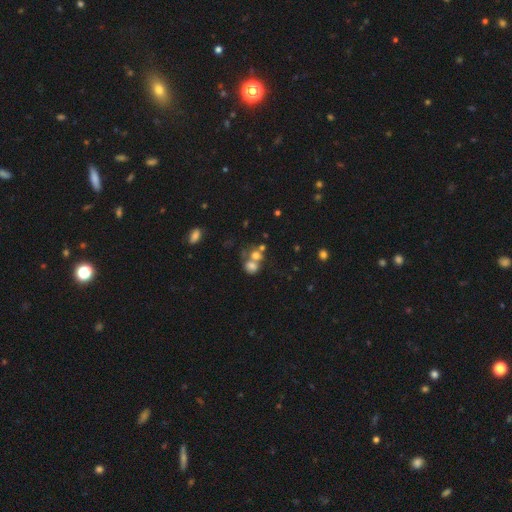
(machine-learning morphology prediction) A smooth galaxy with no disk features (58%) that is round (60%).

Vote fractions:
- Smooth or featured? smooth: 58% / featured or disk: 22% / star or artifact: 20%
- How rounded? round: 60% / in between: 38% / cigar-shaped: 1%
- Merging? merger: 55% / none: 29% / minor disturbance: 9% / major disturbance: 8%